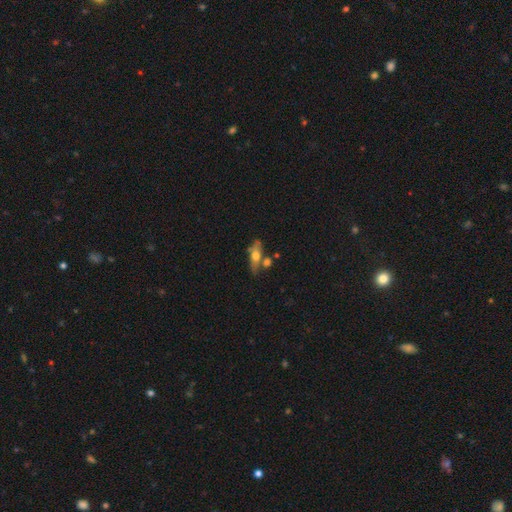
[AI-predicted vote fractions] Smooth or featured: smooth — 51% (featured or disk — 41%)
How rounded: in between — 62% (cigar-shaped — 32%)
Merging: none — 54% (merger — 21%)